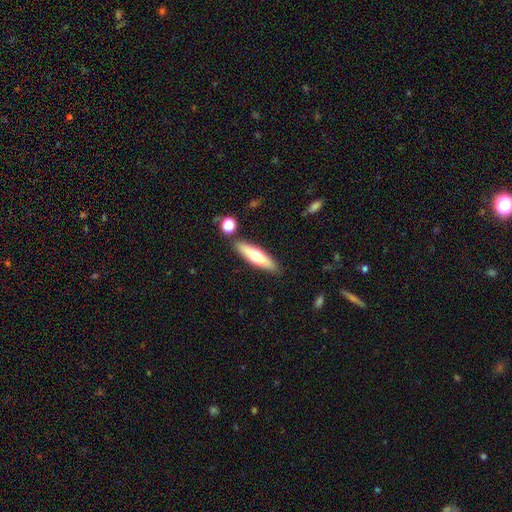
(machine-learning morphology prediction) This appears to be a smooth galaxy with no disk features (55%) that is cigar-shaped (65%). Merging: none (84%).